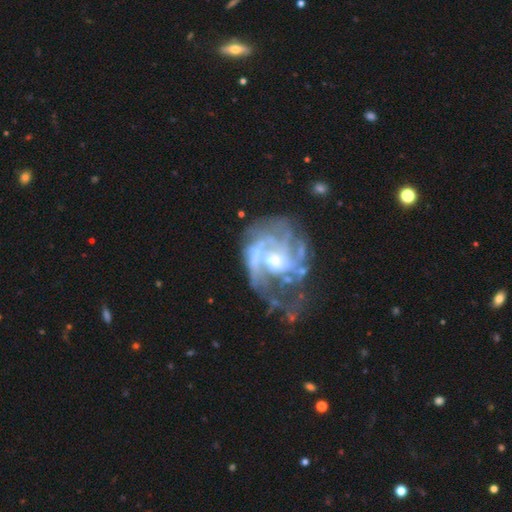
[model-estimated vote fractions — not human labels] smooth_or_featured: featured or disk (p=0.84) [alt: smooth p=0.09]
disk_edge_on: no (p=0.98) [alt: yes p=0.02]
bar: no (p=0.61) [alt: weak p=0.31]
has_spiral_arms: yes (p=0.87) [alt: no p=0.13]
spiral_winding: medium (p=0.41) [alt: tight p=0.37]
spiral_arm_count: can't tell (p=0.34) [alt: 2 p=0.22]
bulge_size: small (p=0.41) [alt: moderate p=0.39]
merging: none (p=0.44) [alt: major disturbance p=0.31]